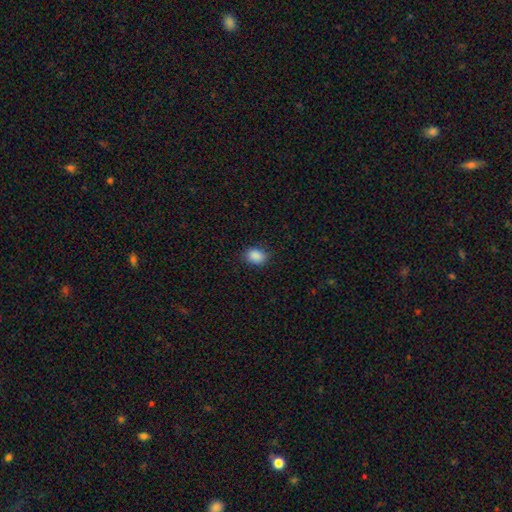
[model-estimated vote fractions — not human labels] Smooth or featured?
  - smooth: 89% *
  - star or artifact: 8%
  - featured or disk: 3%
How rounded?
  - in between: 70% *
  - round: 29%
  - cigar-shaped: 1%
Merging?
  - none: 86% *
  - minor disturbance: 10%
  - major disturbance: 3%
  - merger: 1%